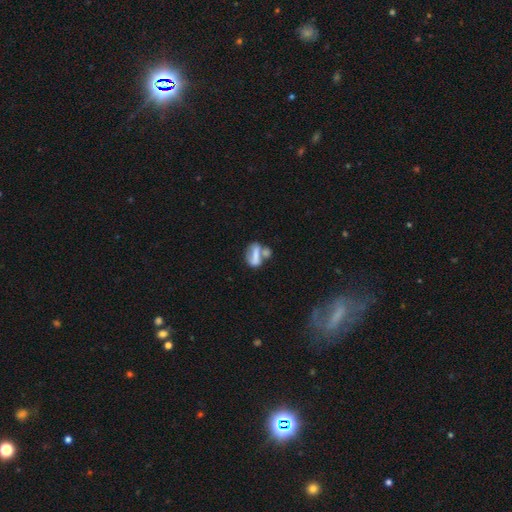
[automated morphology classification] Smooth or featured? Predicted: smooth (p=0.56). How rounded? Predicted: in between (p=0.69). Merging? Predicted: merger (p=0.47).